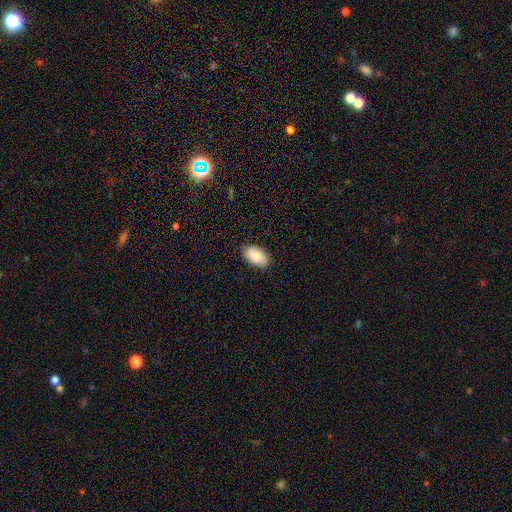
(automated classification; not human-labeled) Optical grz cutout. It shows a smooth galaxy with no disk features (84%) that is in between round and cigar-shaped (93%). Merging: none (83%).